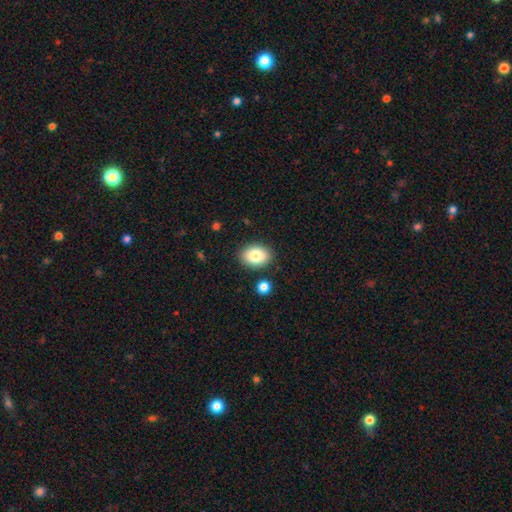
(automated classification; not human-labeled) The model was most divided on "how rounded": in between: 69%, round: 30%, cigar-shaped: 1%. More confident: merging — none (87%); smooth or featured — smooth (82%).